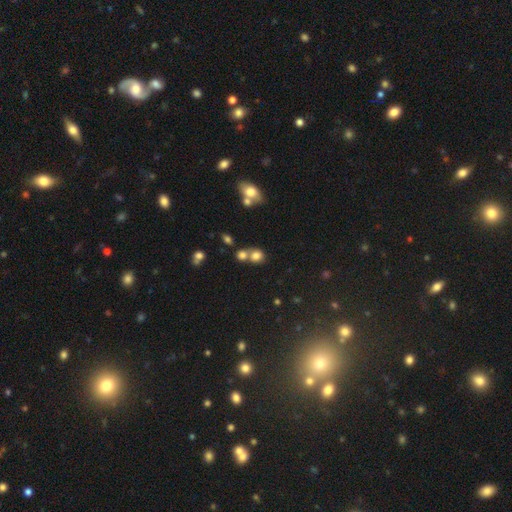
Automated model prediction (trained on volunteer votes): Morphology: type=smooth (77%); roundness=round (71%); merging=merger (43%, tied with none).